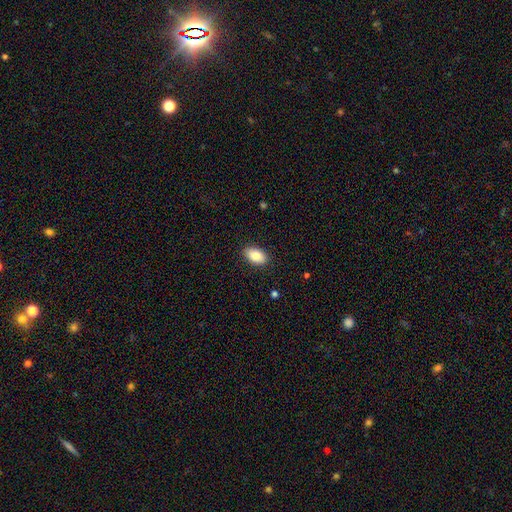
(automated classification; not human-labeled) Smooth or featured? smooth (85%)
How rounded? in between (92%)
Merging? none (88%)